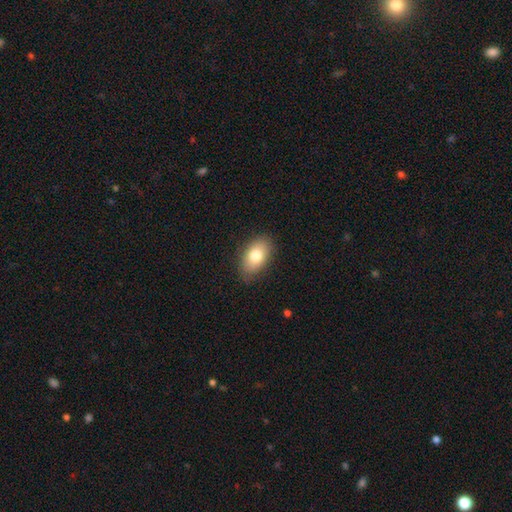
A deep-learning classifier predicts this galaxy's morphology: The model was most divided on "smooth or featured": smooth: 78%, featured or disk: 14%, star or artifact: 7%. More confident: how rounded — in between (91%); merging — none (81%).